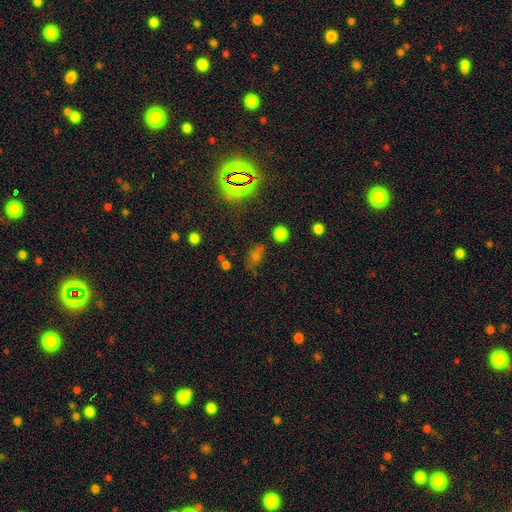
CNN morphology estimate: Smooth or featured: smooth — 44% (star or artifact — 43%)
Merging: none — 64% (minor disturbance — 18%)